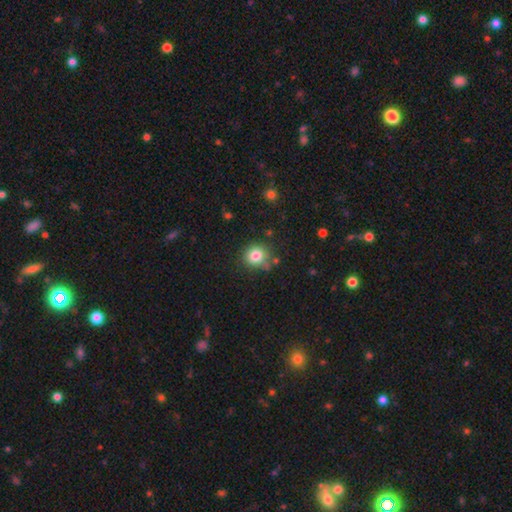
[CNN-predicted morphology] smooth_or_featured: smooth (p=0.81) [alt: star or artifact p=0.11]
how_rounded: round (p=0.83) [alt: in between p=0.16]
merging: none (p=0.74) [alt: minor disturbance p=0.15]